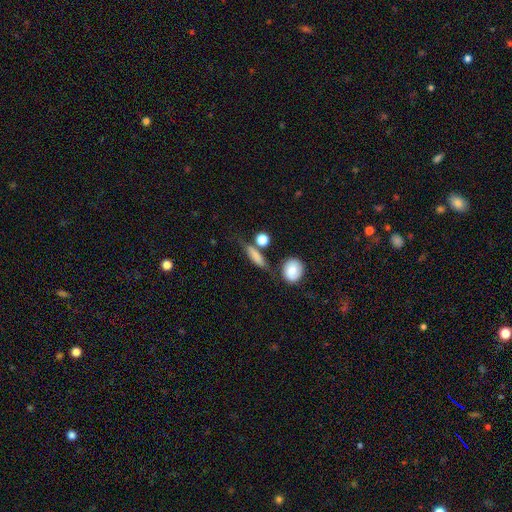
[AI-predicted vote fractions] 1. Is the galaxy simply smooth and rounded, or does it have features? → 73% smooth, 18% featured or disk, 9% star or artifact.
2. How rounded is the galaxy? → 54% cigar-shaped, 28% in between, 18% round.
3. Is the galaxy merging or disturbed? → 66% none, 17% minor disturbance, 11% merger, 7% major disturbance.